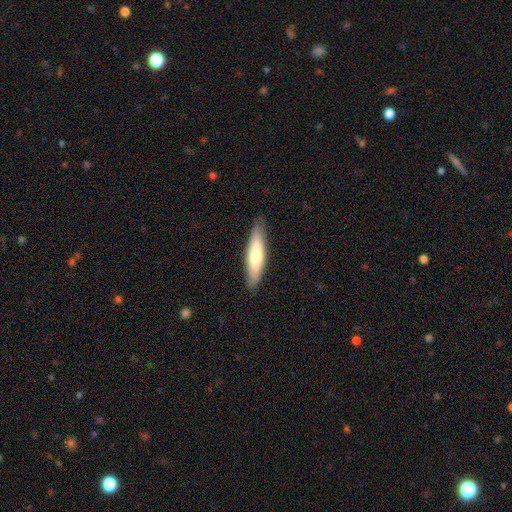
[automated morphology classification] A smooth galaxy with no disk features (67%) that is cigar-shaped (76%). Merging: none (85%).